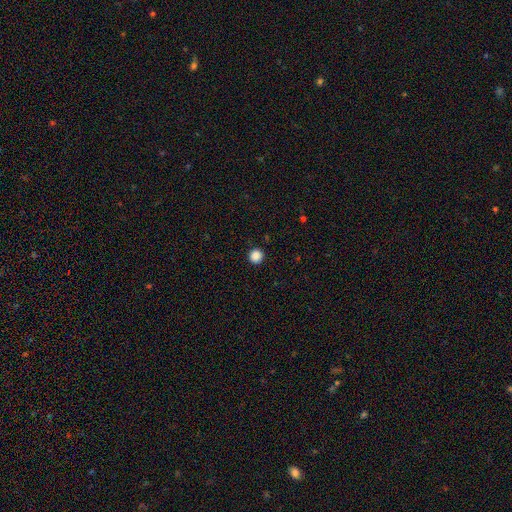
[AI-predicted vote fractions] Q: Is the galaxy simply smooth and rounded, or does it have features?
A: smooth — 87%.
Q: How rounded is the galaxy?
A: round — 96%.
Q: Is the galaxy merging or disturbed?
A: none — 93%.